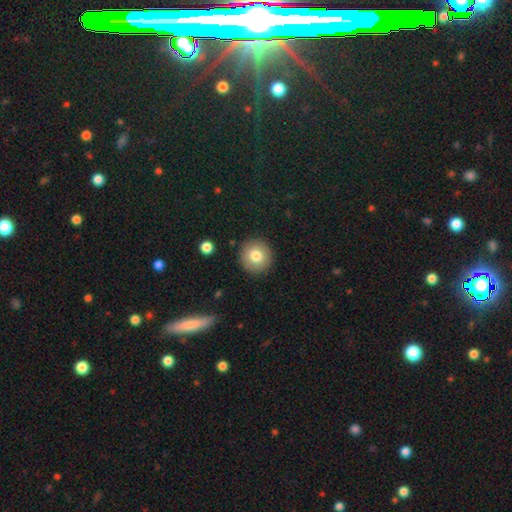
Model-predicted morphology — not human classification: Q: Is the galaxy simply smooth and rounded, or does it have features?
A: smooth — 79%.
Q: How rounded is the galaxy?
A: round — 94%.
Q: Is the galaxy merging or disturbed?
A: none — 90%.